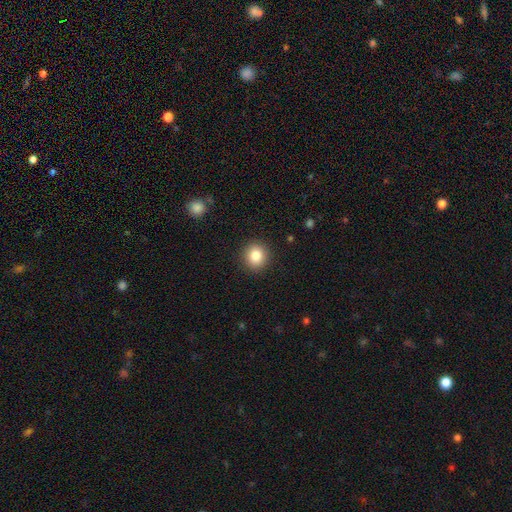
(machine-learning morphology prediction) Smooth or featured? Predicted: smooth (p=0.84). How rounded? Predicted: round (p=0.88). Merging? Predicted: none (p=0.91).